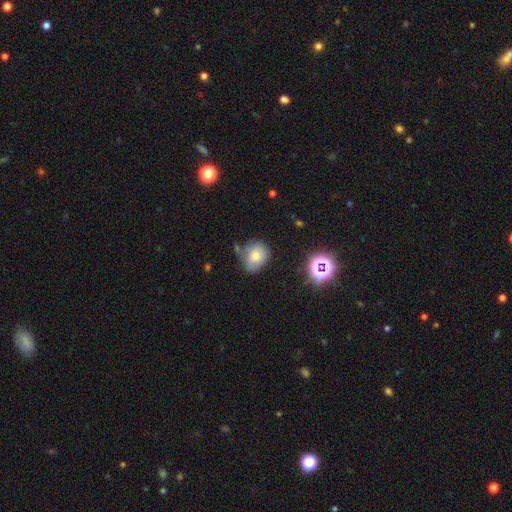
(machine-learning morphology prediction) The model was most divided on "how rounded": round: 60%, in between: 39%, cigar-shaped: 1%. More confident: smooth or featured — smooth (74%); merging — none (54%).